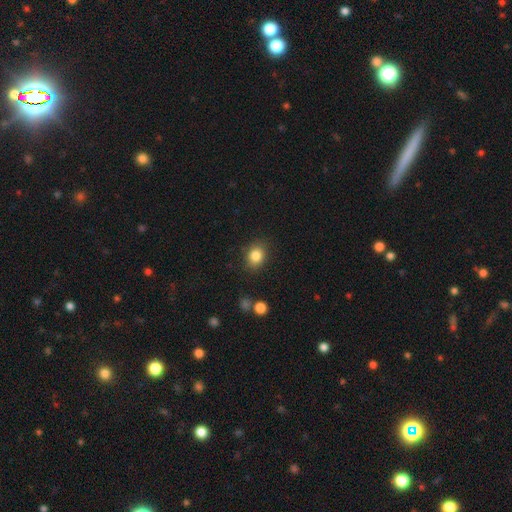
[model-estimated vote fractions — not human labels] smooth_or_featured: smooth (p=0.84) [alt: star or artifact p=0.10]
how_rounded: round (p=0.50) [alt: in between p=0.49]
merging: none (p=0.85) [alt: minor disturbance p=0.10]